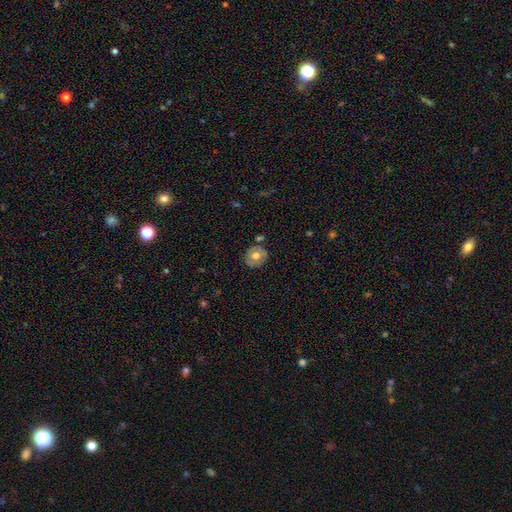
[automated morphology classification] smooth 61%, featured or disk 31%, star or artifact 8%. Down the decision tree: how rounded — round (74%); merging — none (79%).